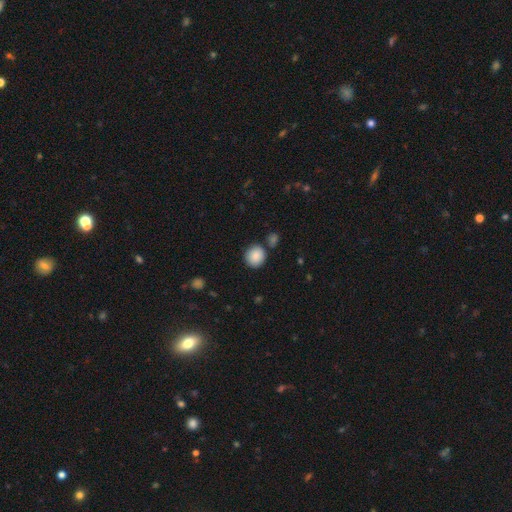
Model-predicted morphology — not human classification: Q: Smooth or featured?
A: smooth (88%); runner-up: star or artifact (8%)
Q: How rounded?
A: round (87%); runner-up: in between (12%)
Q: Merging?
A: none (80%); runner-up: minor disturbance (9%)